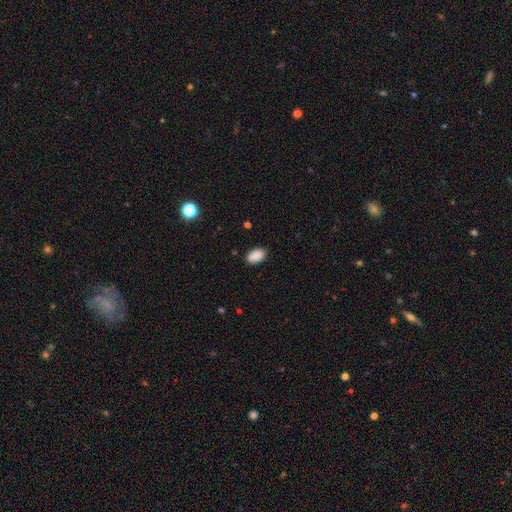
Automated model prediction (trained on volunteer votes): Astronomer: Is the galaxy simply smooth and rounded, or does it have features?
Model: smooth — 89%.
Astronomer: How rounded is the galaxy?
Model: in between — 93%.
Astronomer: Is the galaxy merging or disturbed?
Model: none — 88%.